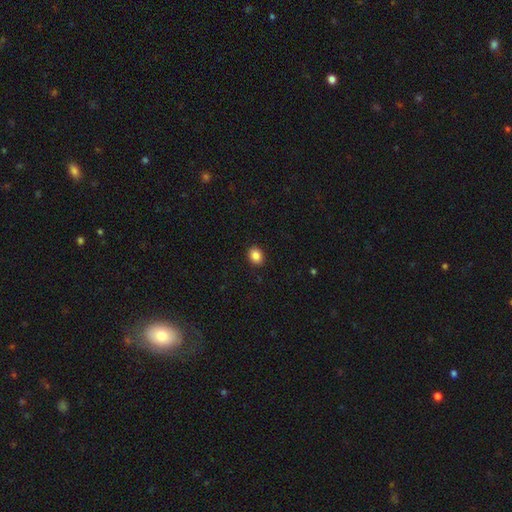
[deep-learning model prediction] smooth_or_featured: smooth (p=0.86) [alt: star or artifact p=0.09]
how_rounded: in between (p=0.53) [alt: round p=0.46]
merging: none (p=0.91) [alt: minor disturbance p=0.06]